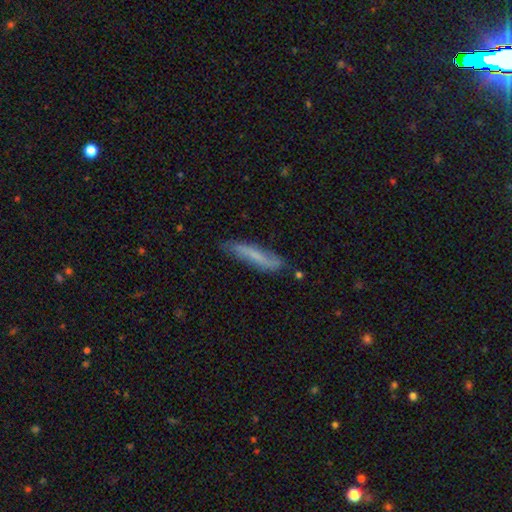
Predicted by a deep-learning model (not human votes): smooth_or_featured: smooth (p=0.54) [alt: featured or disk p=0.38]
how_rounded: cigar-shaped (p=0.87) [alt: in between p=0.12]
merging: none (p=0.71) [alt: minor disturbance p=0.21]